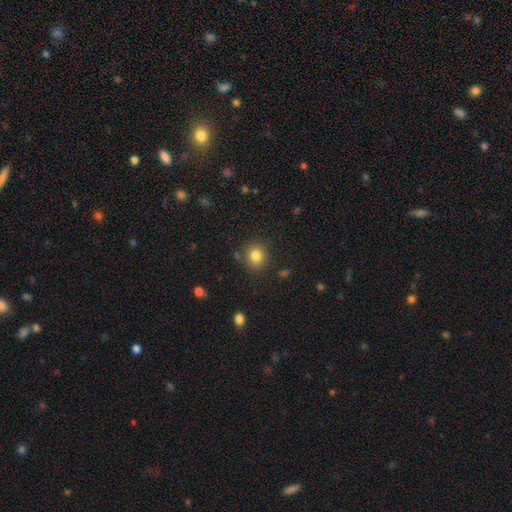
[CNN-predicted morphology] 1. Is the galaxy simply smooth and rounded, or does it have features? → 82% smooth, 11% star or artifact, 7% featured or disk.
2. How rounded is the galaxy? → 81% round, 19% in between, 1% cigar-shaped.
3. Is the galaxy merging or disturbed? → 83% none, 10% minor disturbance, 4% merger, 3% major disturbance.